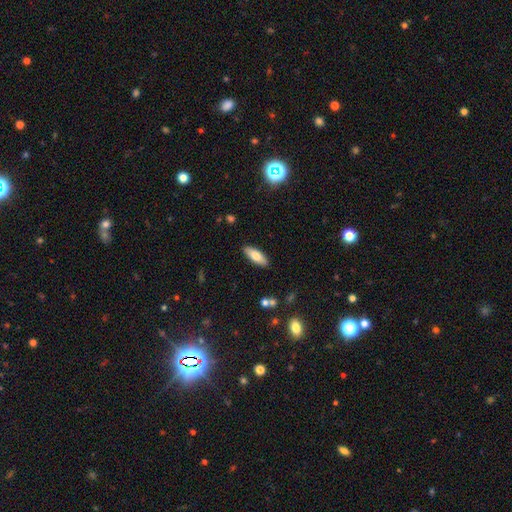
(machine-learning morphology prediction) type=smooth (75%); roundness=in between (66%); merging=none (89%).